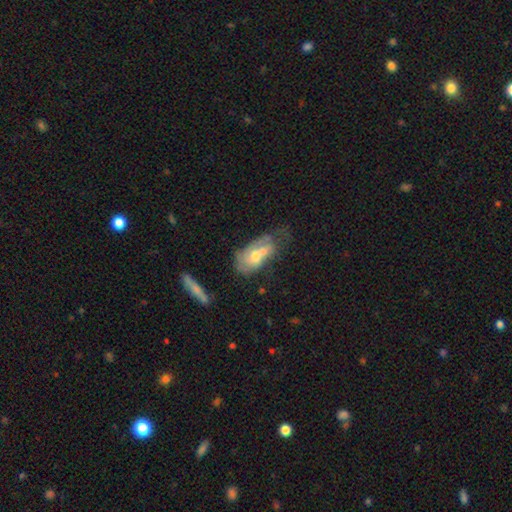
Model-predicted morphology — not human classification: Smooth or featured? featured or disk (49%)
Merging? major disturbance (27%)